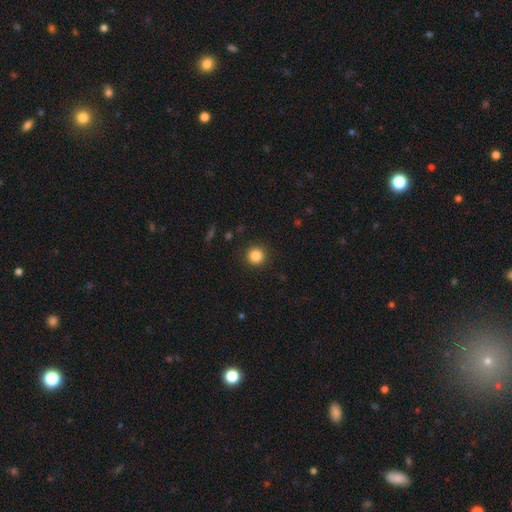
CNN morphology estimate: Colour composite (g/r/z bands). It shows a smooth galaxy with no disk features (86%) that is round (94%). Merging: none (91%).